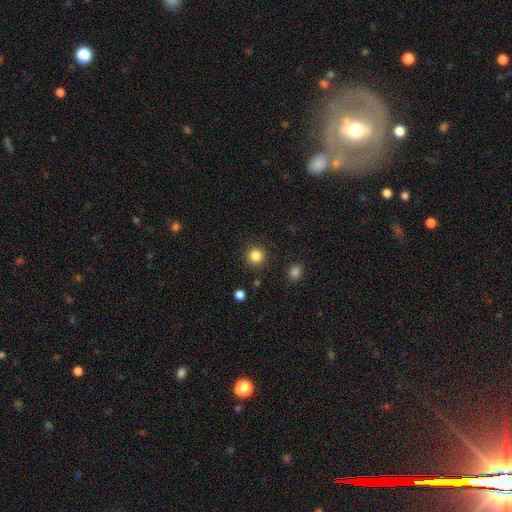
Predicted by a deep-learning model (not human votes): Morphology: type=smooth (84%); roundness=round (94%); merging=none (90%).